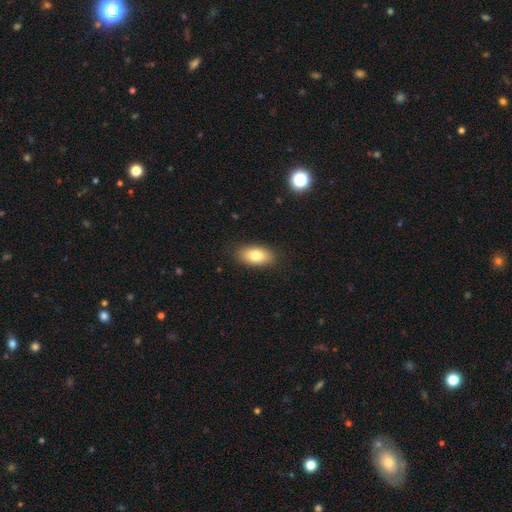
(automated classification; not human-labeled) Morphology: type=smooth (79%); roundness=in between (91%); merging=none (88%).